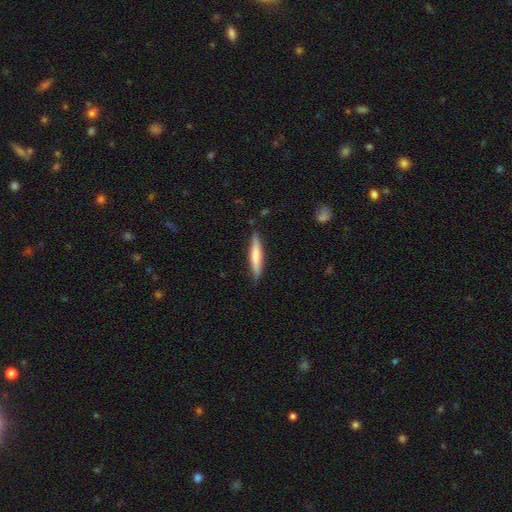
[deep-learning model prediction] The model was most divided on "smooth or featured": smooth: 69%, featured or disk: 26%, star or artifact: 5%. More confident: how rounded — cigar-shaped (90%); merging — none (86%).